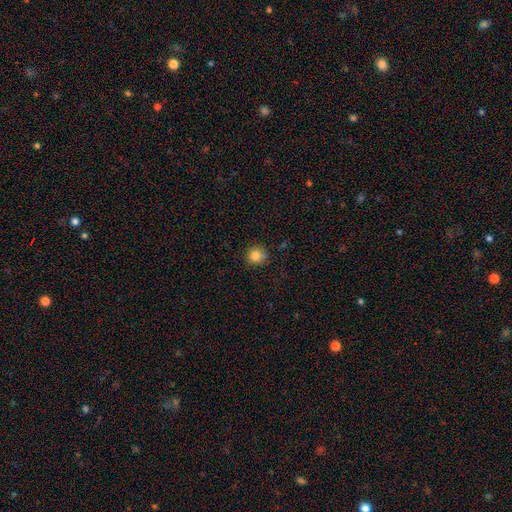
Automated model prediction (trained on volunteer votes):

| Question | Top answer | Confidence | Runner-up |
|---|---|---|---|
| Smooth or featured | smooth | 82% | star or artifact (11%) |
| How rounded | round | 92% | in between (7%) |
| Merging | none | 84% | minor disturbance (11%) |